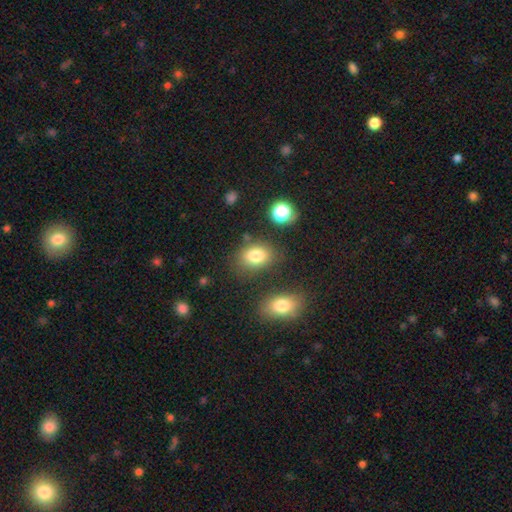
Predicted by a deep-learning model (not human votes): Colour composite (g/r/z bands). It shows a smooth galaxy with no disk features (80%) that is in between round and cigar-shaped (69%). Merging: none (72%).